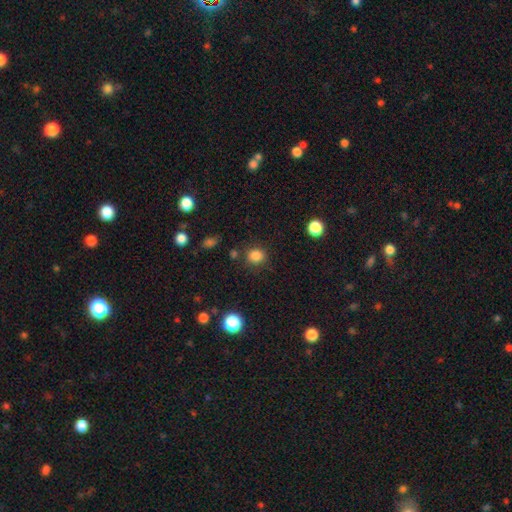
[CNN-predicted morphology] smooth_or_featured: smooth (p=0.84) [alt: star or artifact p=0.12]
how_rounded: round (p=0.78) [alt: in between p=0.21]
merging: none (p=0.83) [alt: minor disturbance p=0.10]